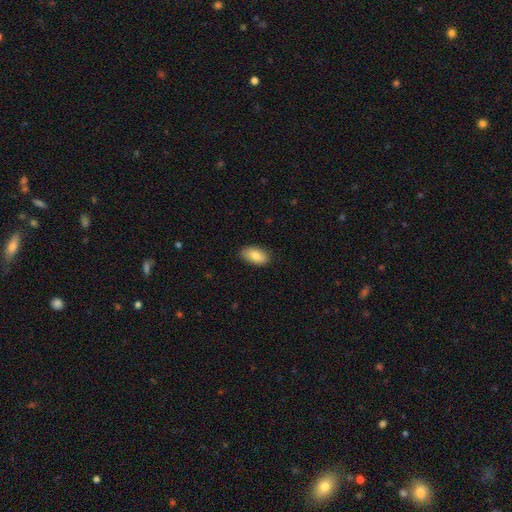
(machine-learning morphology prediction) This appears to be a smooth galaxy with no disk features (84%) that is in between round and cigar-shaped (93%). Merging: none (85%).